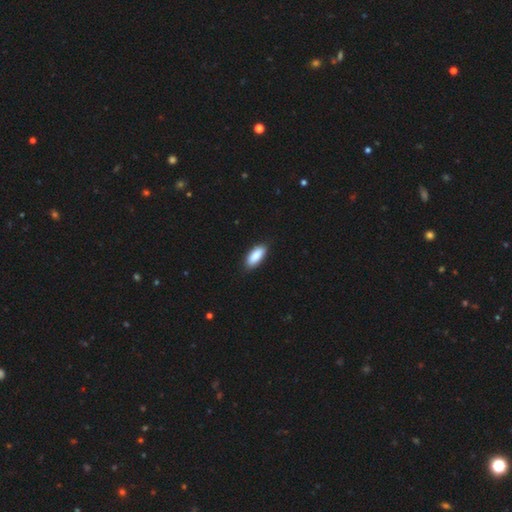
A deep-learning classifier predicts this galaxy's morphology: Smooth or featured? Predicted: smooth (p=0.90). How rounded? Predicted: in between (p=0.82). Merging? Predicted: none (p=0.87).